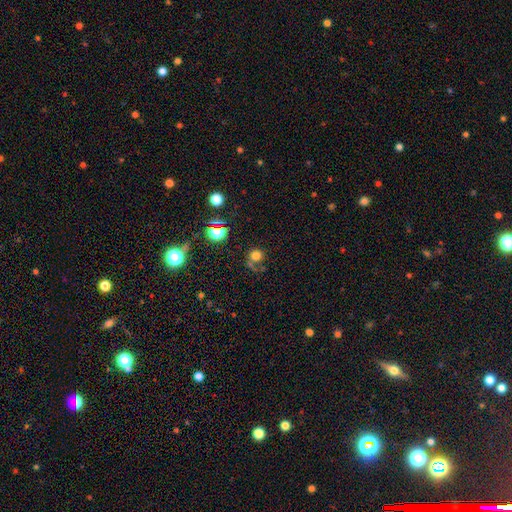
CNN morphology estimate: Q: Smooth or featured?
A: smooth (69%); runner-up: star or artifact (19%)
Q: How rounded?
A: round (87%); runner-up: in between (12%)
Q: Merging?
A: none (56%); runner-up: major disturbance (16%)